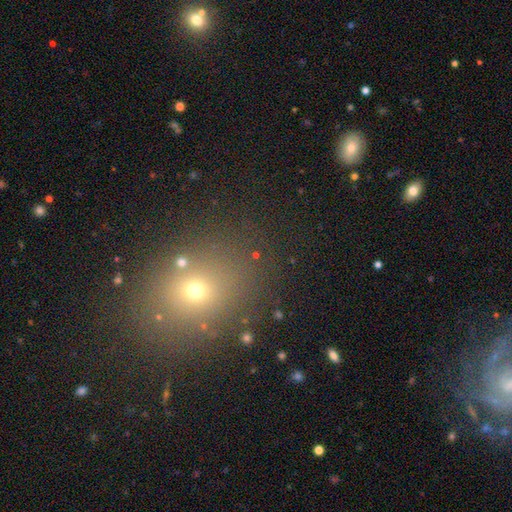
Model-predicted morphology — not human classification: Smooth or featured? Predicted: smooth (p=0.52). How rounded? Predicted: round (p=0.61). Merging? Predicted: none (p=0.78).